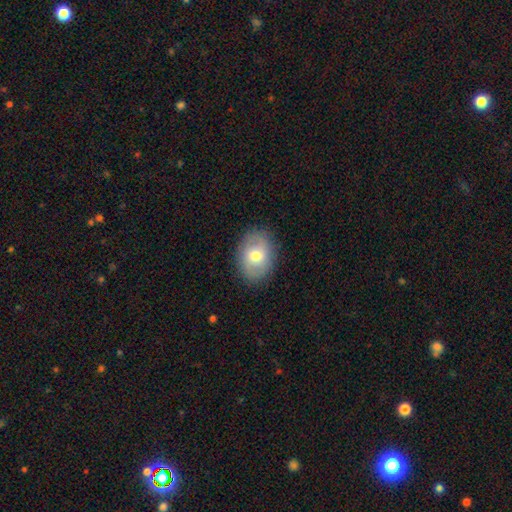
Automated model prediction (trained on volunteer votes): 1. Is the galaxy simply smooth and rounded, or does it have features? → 65% smooth, 27% featured or disk, 8% star or artifact.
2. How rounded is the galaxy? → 66% in between, 33% round, 1% cigar-shaped.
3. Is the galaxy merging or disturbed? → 86% none, 10% minor disturbance, 3% major disturbance, 1% merger.